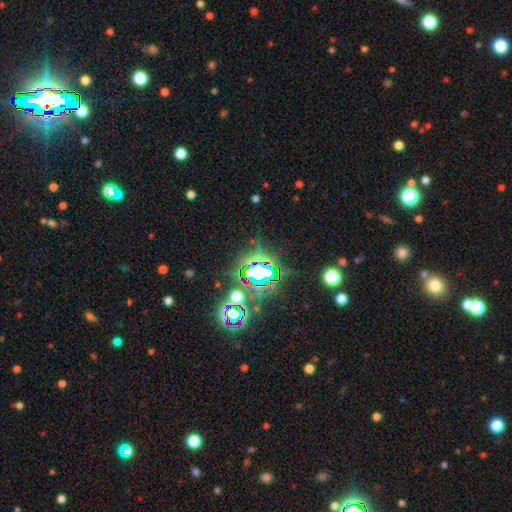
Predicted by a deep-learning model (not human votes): smooth_or_featured: star or artifact (p=0.83) [alt: smooth p=0.10]